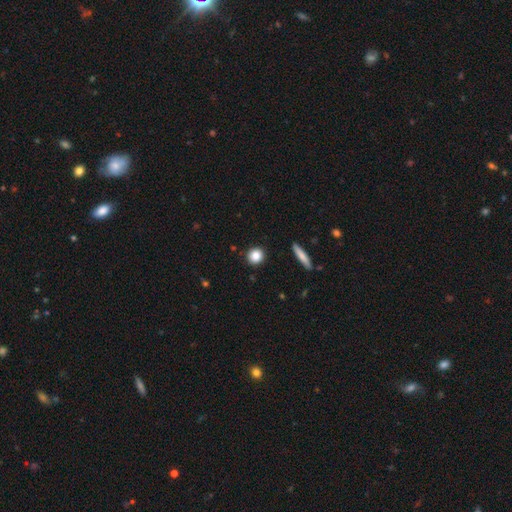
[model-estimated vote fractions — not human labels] Q: Smooth or featured?
A: smooth (85%); runner-up: star or artifact (9%)
Q: How rounded?
A: round (89%); runner-up: in between (9%)
Q: Merging?
A: none (91%); runner-up: minor disturbance (6%)